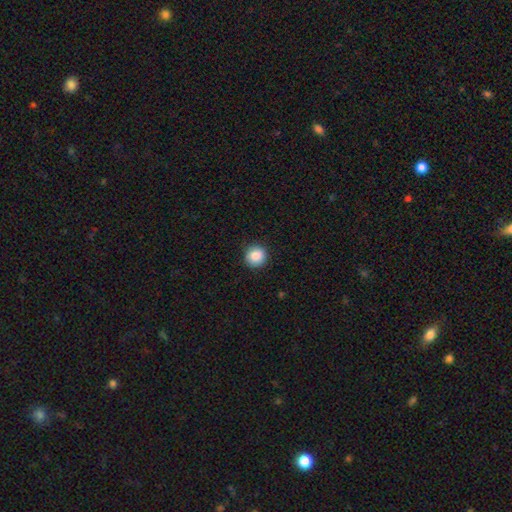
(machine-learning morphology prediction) smooth-or-featured: smooth: 88% | star or artifact: 9% | featured or disk: 4%
  how-rounded: round: 94% | in between: 5% | cigar-shaped: 1%
  merging: none: 90% | minor disturbance: 7% | major disturbance: 2% | merger: 1%